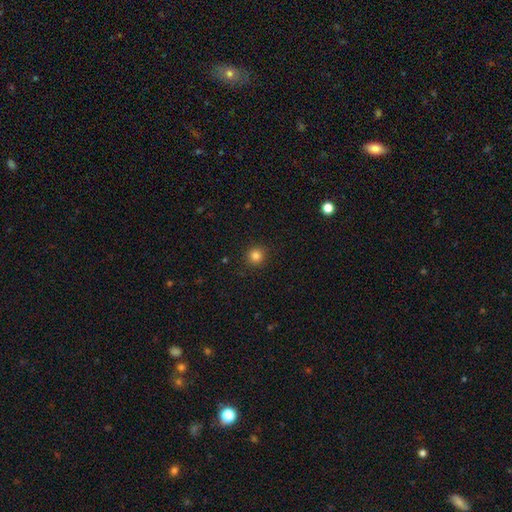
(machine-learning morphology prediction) The model was most divided on "smooth or featured": smooth: 83%, star or artifact: 13%, featured or disk: 4%. More confident: how rounded — round (93%); merging — none (92%).